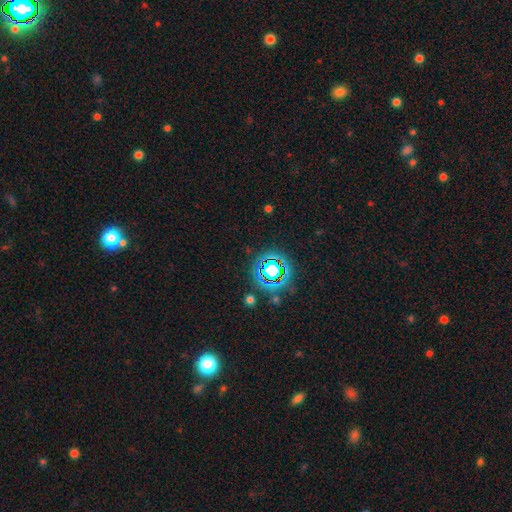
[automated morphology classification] This is likely a star or artifact rather than a galaxy (78%).